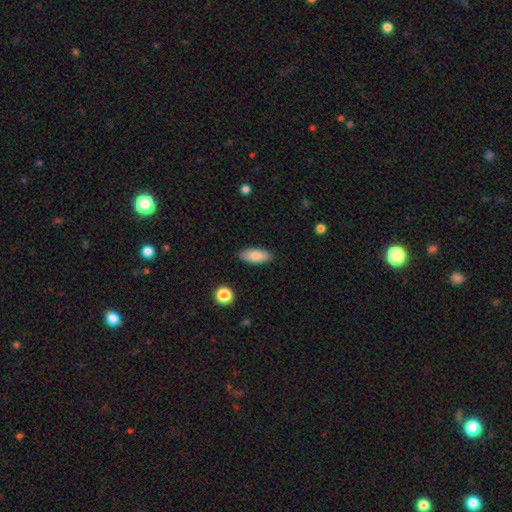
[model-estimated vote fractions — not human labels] This is clearly a smooth galaxy (83%). How rounded: clearly in between (88%). Merging: clearly none (88%).